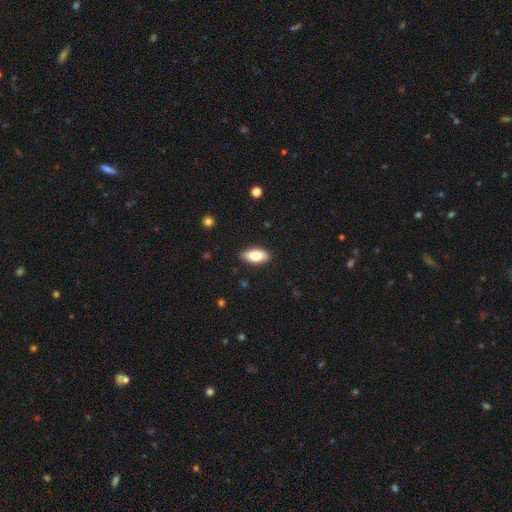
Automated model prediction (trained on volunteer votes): Smooth or featured: smooth — 79% (featured or disk — 14%)
How rounded: in between — 90% (cigar-shaped — 7%)
Merging: none — 90% (minor disturbance — 8%)